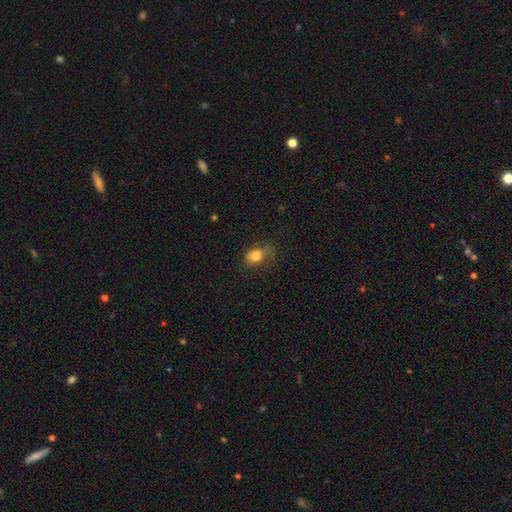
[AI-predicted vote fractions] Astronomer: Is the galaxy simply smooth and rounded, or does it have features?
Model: smooth — 79%.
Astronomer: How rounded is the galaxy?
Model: in between — 56% (runner-up: round, 43%).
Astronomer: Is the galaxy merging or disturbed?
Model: none — 49% (runner-up: minor disturbance, 31%).